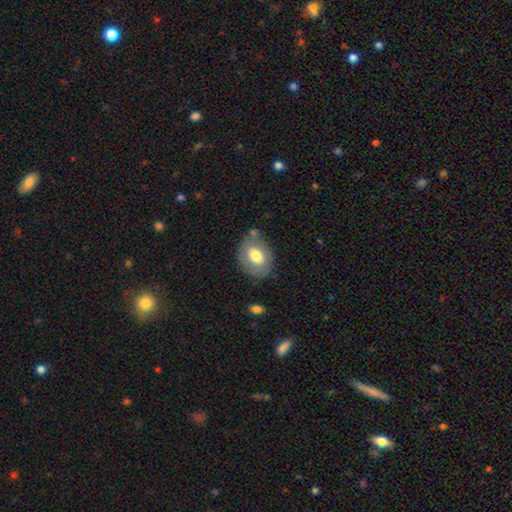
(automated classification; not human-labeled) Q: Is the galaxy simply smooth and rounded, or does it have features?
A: smooth — 67%.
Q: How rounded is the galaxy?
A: in between — 70%.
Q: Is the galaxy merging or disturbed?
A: none — 70%.